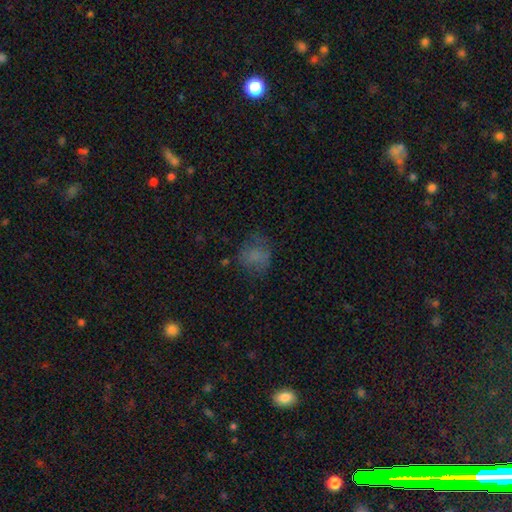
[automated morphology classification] The model was most divided on "merging": none: 58%, minor disturbance: 23%, major disturbance: 17%, merger: 2%. More confident: how rounded — round (70%); smooth or featured — smooth (67%).